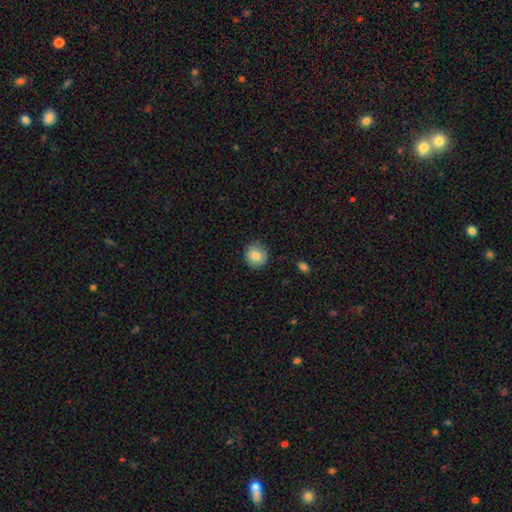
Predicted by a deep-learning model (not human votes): Smooth or featured? Predicted: smooth (p=0.81). How rounded? Predicted: round (p=0.92). Merging? Predicted: none (p=0.87).